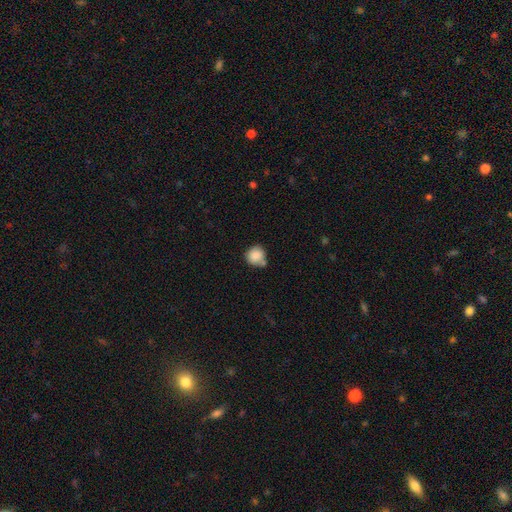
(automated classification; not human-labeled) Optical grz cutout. It shows a smooth galaxy with no disk features (87%) that is round (91%). Merging: none (61%).